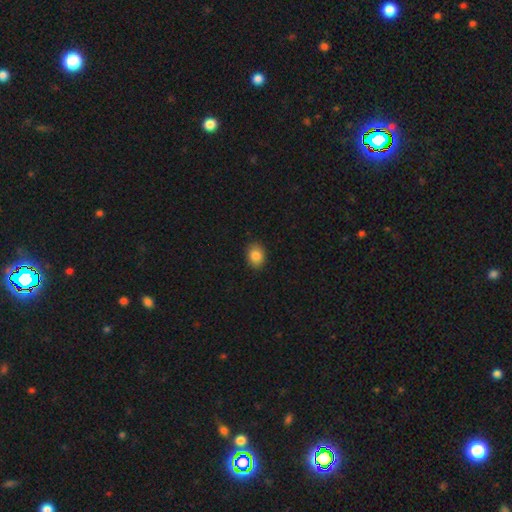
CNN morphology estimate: Q: Smooth or featured?
A: smooth (85%); runner-up: star or artifact (10%)
Q: How rounded?
A: in between (55%); runner-up: round (44%)
Q: Merging?
A: none (89%); runner-up: minor disturbance (8%)